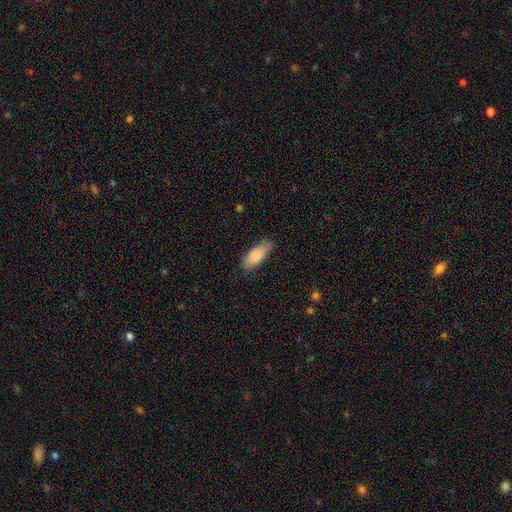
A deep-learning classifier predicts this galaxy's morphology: Smooth or featured? smooth (86%)
How rounded? in between (82%)
Merging? none (65%)